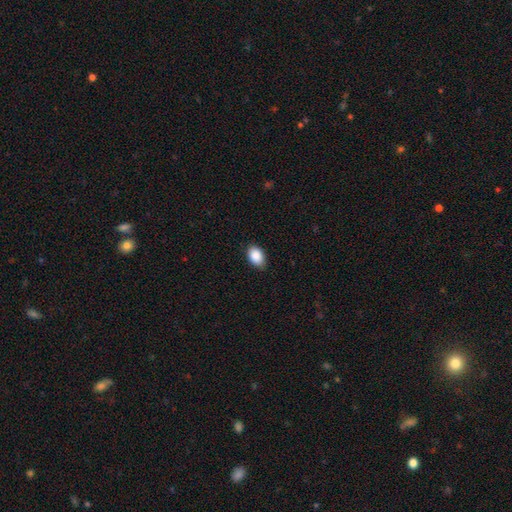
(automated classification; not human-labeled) Smooth or featured: smooth — 90% (star or artifact — 7%)
How rounded: in between — 87% (round — 12%)
Merging: none — 85% (minor disturbance — 12%)